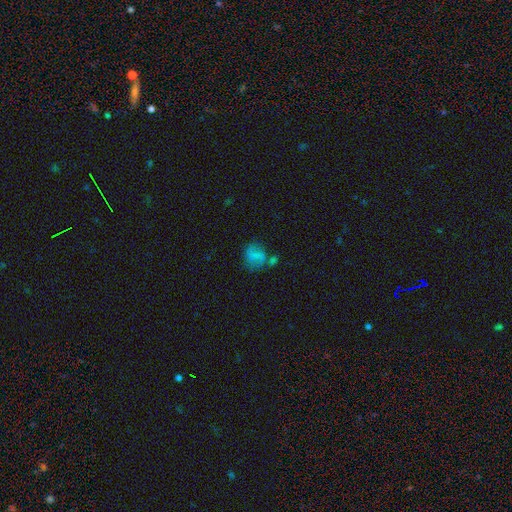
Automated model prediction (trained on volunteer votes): Q: Smooth or featured?
A: smooth (59%); runner-up: featured or disk (28%)
Q: How rounded?
A: round (51%); runner-up: in between (47%)
Q: Merging?
A: none (48%); runner-up: minor disturbance (20%)